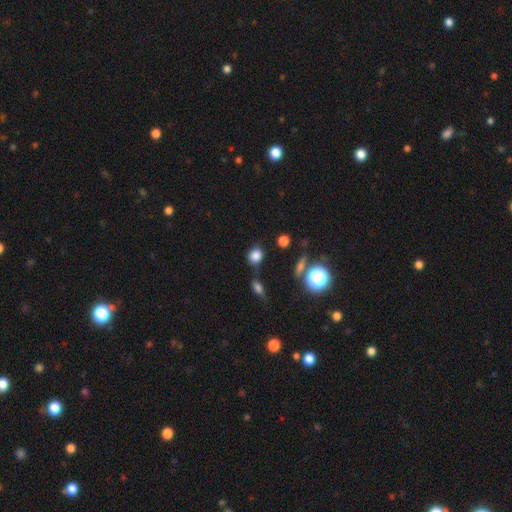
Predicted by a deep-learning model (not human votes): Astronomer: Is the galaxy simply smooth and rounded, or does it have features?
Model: smooth — 79%.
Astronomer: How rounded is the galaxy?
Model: round — 71%.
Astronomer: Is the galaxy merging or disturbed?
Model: none — 70%.